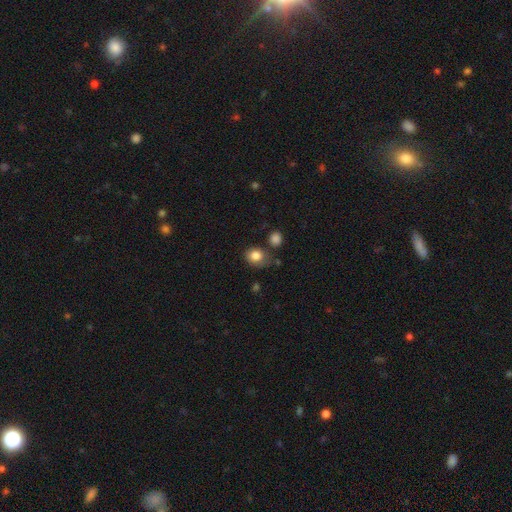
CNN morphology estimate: Smooth or featured? Predicted: smooth (p=0.83). How rounded? Predicted: round (p=0.55). Merging? Predicted: none (p=0.68).